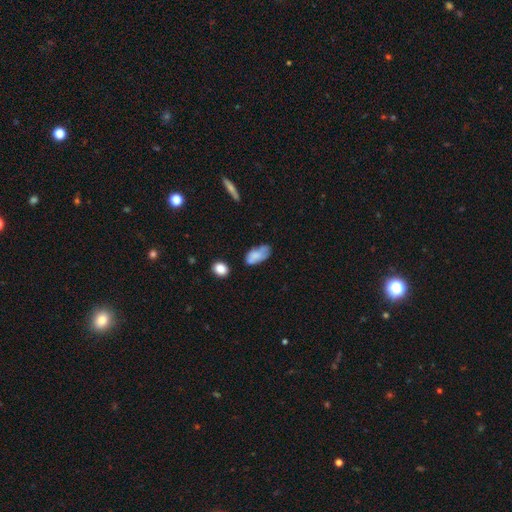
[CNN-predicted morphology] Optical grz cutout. It shows a smooth galaxy with no disk features (72%) that is in between round and cigar-shaped (91%). Merging: none (51%).